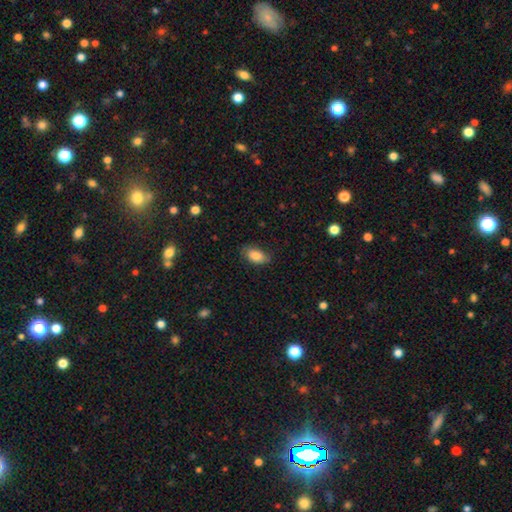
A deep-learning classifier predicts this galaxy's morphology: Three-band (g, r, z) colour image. It shows a smooth galaxy with no disk features (86%) that is in between round and cigar-shaped (91%). Merging: none (76%).